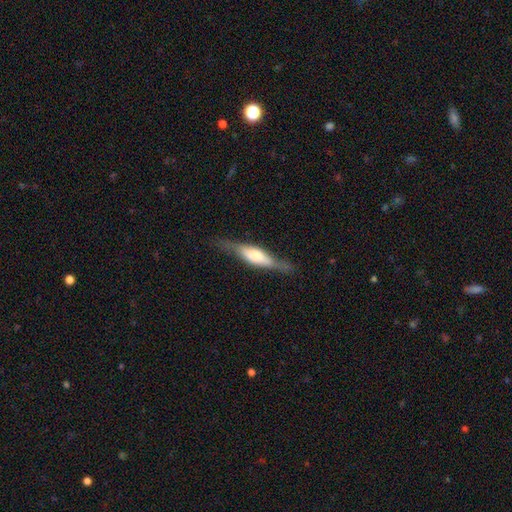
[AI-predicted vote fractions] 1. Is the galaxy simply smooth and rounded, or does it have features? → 55% featured or disk, 39% smooth, 6% star or artifact.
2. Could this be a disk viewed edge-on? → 90% yes, 10% no.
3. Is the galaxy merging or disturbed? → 72% none, 19% minor disturbance, 7% major disturbance, 2% merger.